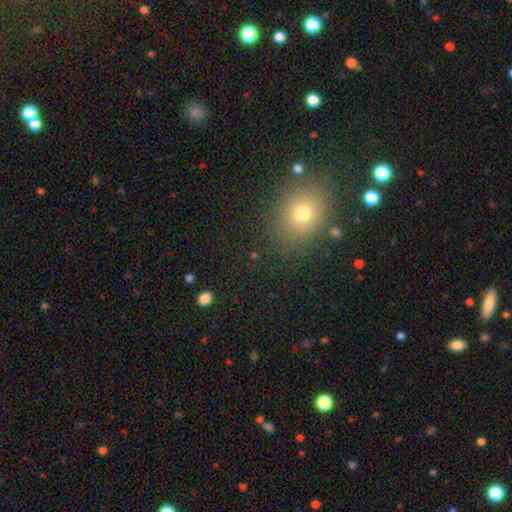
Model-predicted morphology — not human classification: This is likely a smooth galaxy (63%). How rounded: possibly round (57%). Merging: clearly none (85%).